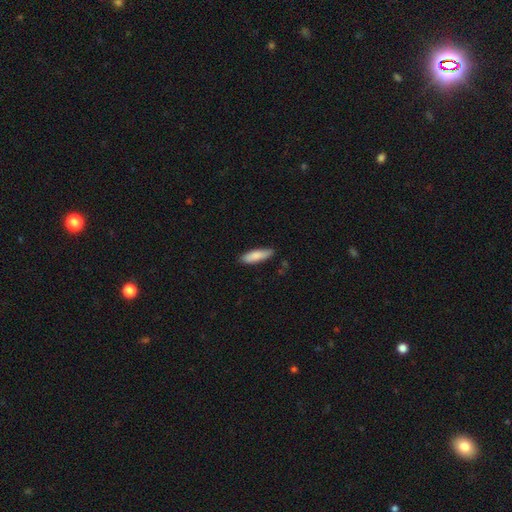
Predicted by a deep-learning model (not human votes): Q: Smooth or featured?
A: smooth (84%); runner-up: featured or disk (11%)
Q: How rounded?
A: cigar-shaped (57%); runner-up: in between (41%)
Q: Merging?
A: none (83%); runner-up: minor disturbance (14%)